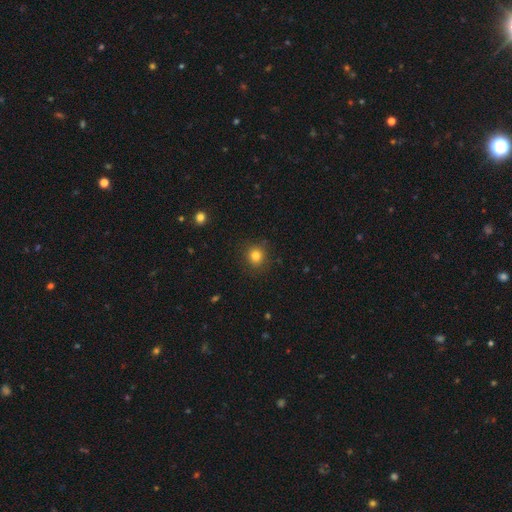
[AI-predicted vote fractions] smooth_or_featured: smooth (p=0.82) [alt: star or artifact p=0.13]
how_rounded: round (p=0.88) [alt: in between p=0.11]
merging: none (p=0.89) [alt: minor disturbance p=0.08]